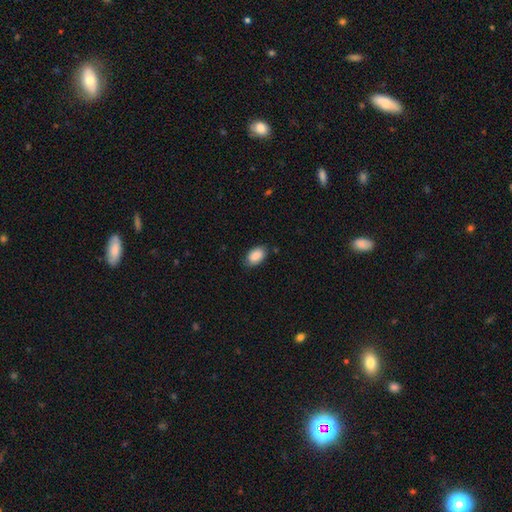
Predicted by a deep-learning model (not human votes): smooth 89%, star or artifact 7%, featured or disk 4%. Down the decision tree: how rounded — in between (91%); merging — none (80%).